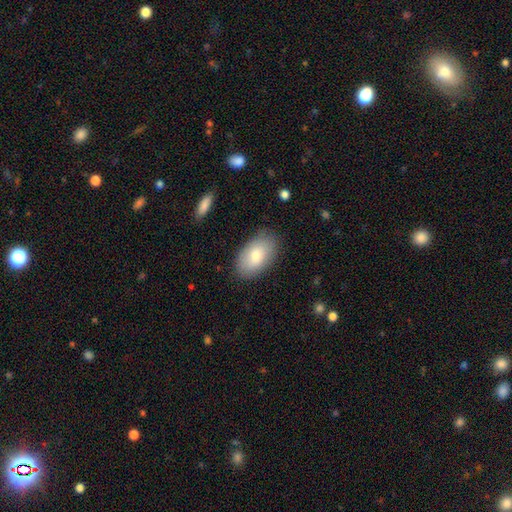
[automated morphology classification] Smooth or featured?
  - smooth: 79% *
  - featured or disk: 15%
  - star or artifact: 6%
How rounded?
  - in between: 93% *
  - round: 6%
  - cigar-shaped: 1%
Merging?
  - none: 84% *
  - minor disturbance: 12%
  - major disturbance: 3%
  - merger: 1%